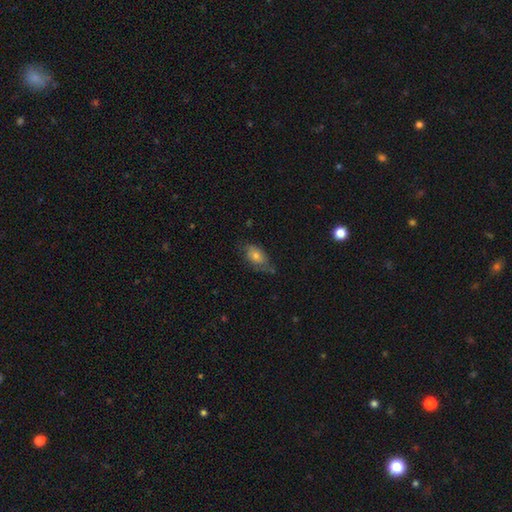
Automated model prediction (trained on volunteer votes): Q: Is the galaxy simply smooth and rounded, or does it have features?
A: smooth — 63%.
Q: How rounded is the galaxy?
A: in between — 88%.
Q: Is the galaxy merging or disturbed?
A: none — 54%.